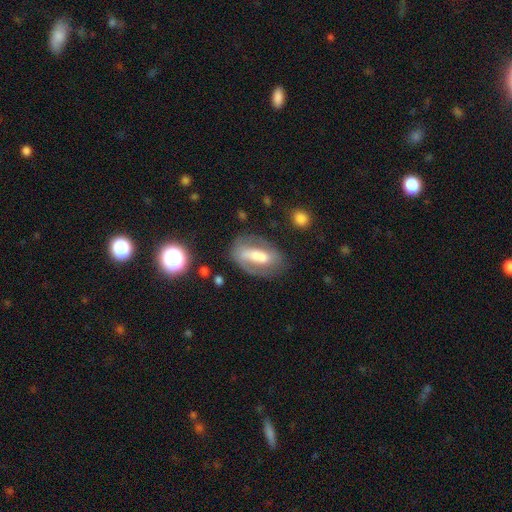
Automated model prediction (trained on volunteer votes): smooth_or_featured: featured or disk (p=0.56) [alt: smooth p=0.34]
disk_edge_on: no (p=0.87) [alt: yes p=0.13]
merging: none (p=0.59) [alt: minor disturbance p=0.20]